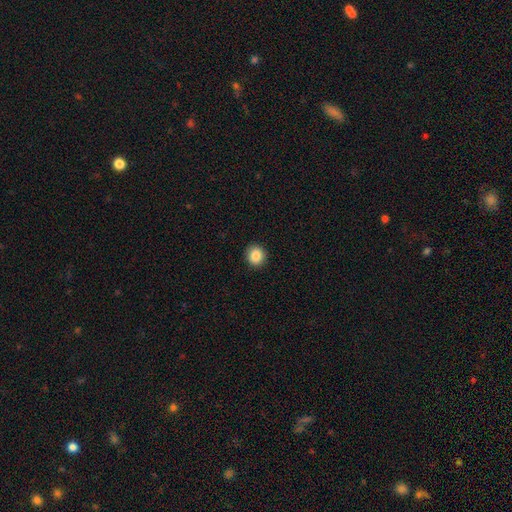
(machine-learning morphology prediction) smooth_or_featured: smooth (p=0.87) [alt: star or artifact p=0.09]
how_rounded: round (p=0.86) [alt: in between p=0.13]
merging: none (p=0.92) [alt: minor disturbance p=0.05]